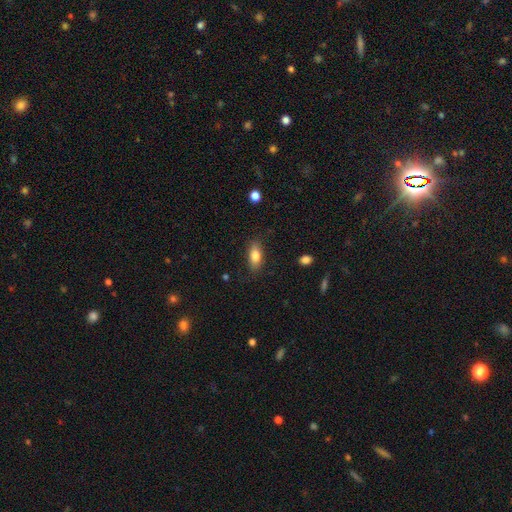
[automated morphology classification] A smooth galaxy with no disk features (81%) that is in between round and cigar-shaped (84%). Merging: none (83%).